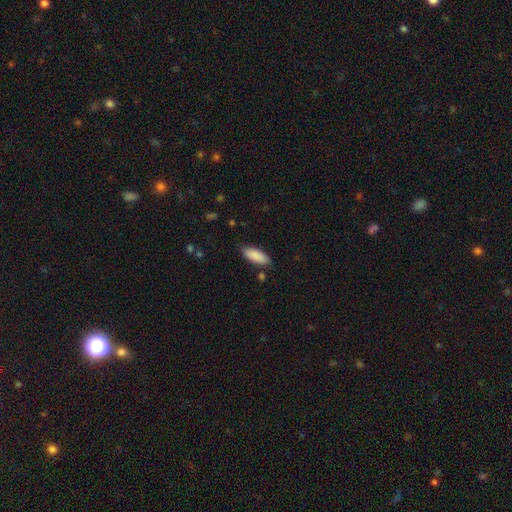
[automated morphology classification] smooth-or-featured: smooth: 89% | star or artifact: 6% | featured or disk: 5%
  how-rounded: in between: 72% | cigar-shaped: 26% | round: 2%
  merging: none: 84% | minor disturbance: 12% | major disturbance: 2% | merger: 2%